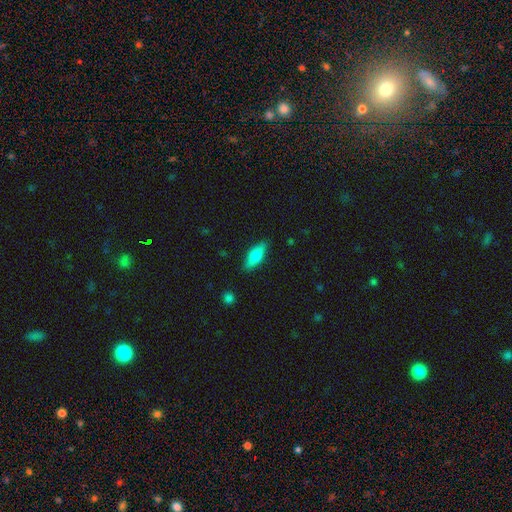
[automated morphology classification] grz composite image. It shows a smooth galaxy with no disk features (70%) that is in between round and cigar-shaped (59%). Merging: none (86%).